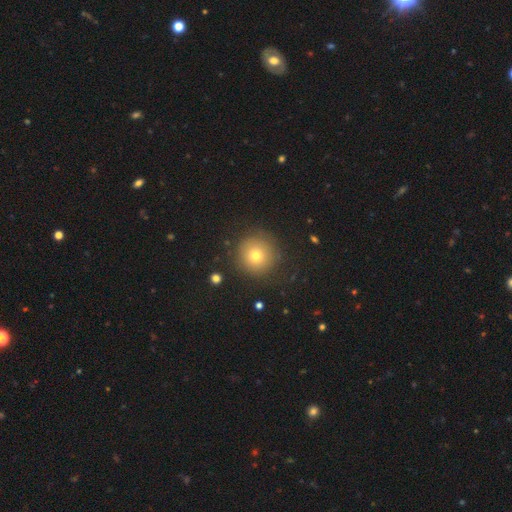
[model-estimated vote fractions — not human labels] This is likely a smooth galaxy (72%). How rounded: clearly round (95%). Merging: clearly none (86%).